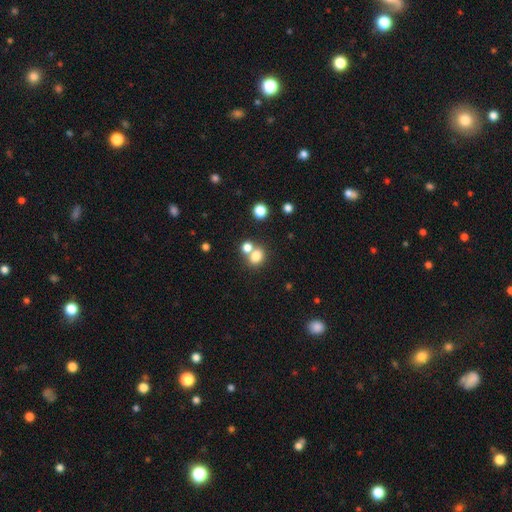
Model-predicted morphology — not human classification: Smooth or featured? smooth (77%)
How rounded? round (61%)
Merging? none (52%)